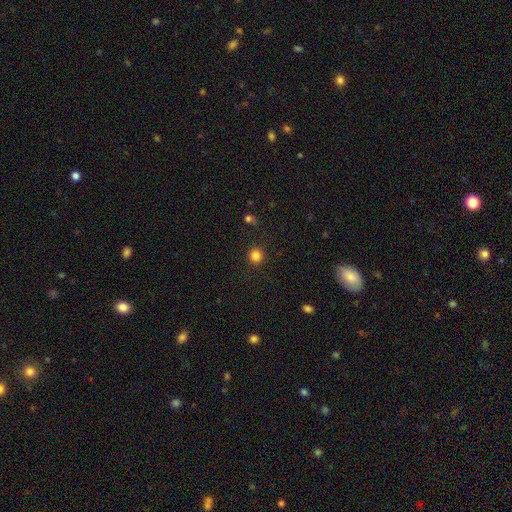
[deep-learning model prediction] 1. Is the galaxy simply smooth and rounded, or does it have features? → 83% smooth, 12% star or artifact, 4% featured or disk.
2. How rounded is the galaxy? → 93% round, 6% in between, 1% cigar-shaped.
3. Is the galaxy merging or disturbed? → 91% none, 6% minor disturbance, 2% major disturbance, 1% merger.